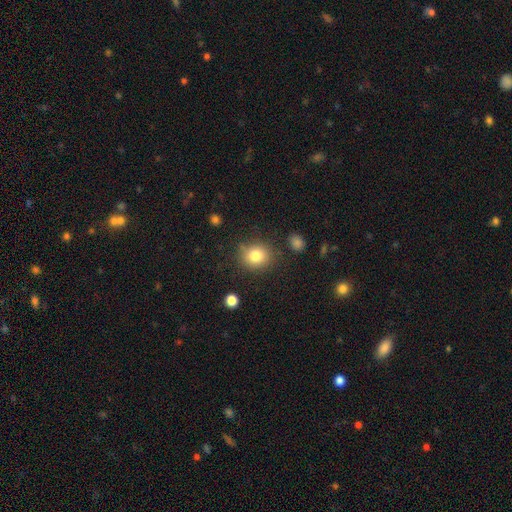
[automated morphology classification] This appears to be a smooth galaxy with no disk features (81%) that is round (77%). Merging: none (81%).